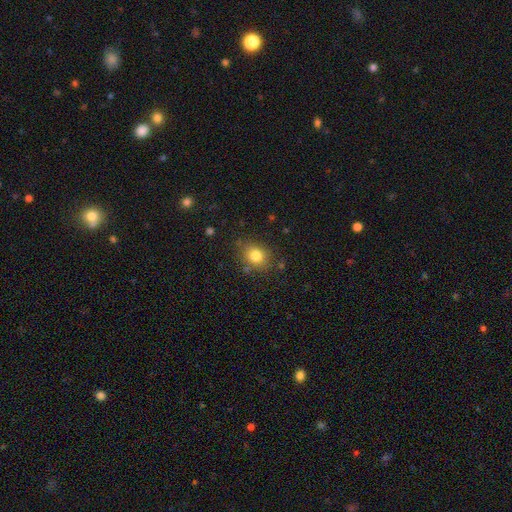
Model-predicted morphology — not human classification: smooth_or_featured: smooth (p=0.81) [alt: star or artifact p=0.11]
how_rounded: round (p=0.58) [alt: in between p=0.41]
merging: none (p=0.81) [alt: minor disturbance p=0.13]